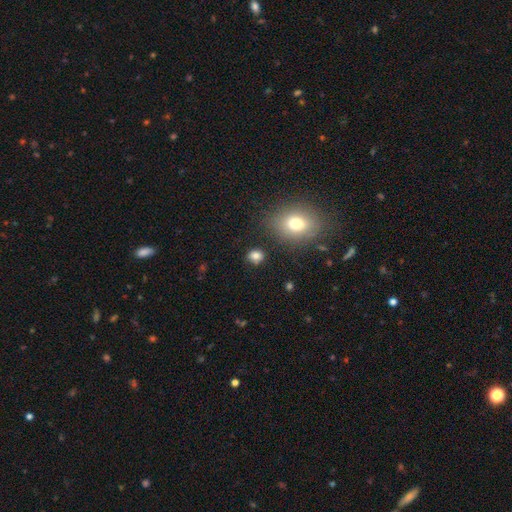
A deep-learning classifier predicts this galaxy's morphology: Smooth or featured? smooth (80%)
How rounded? round (70%)
Merging? none (81%)